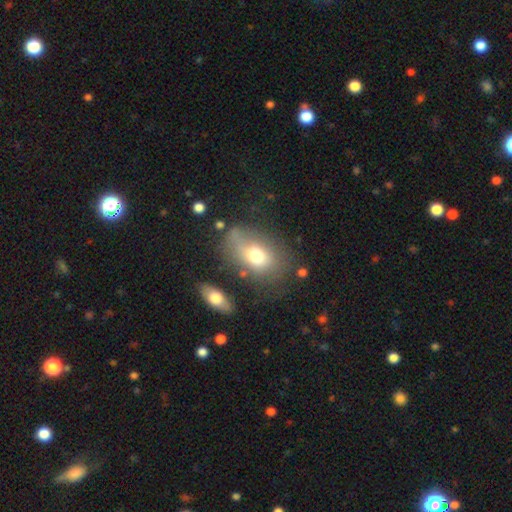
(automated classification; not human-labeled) smooth_or_featured: smooth (p=0.68) [alt: featured or disk p=0.21]
how_rounded: in between (p=0.75) [alt: round p=0.23]
merging: none (p=0.52) [alt: minor disturbance p=0.23]